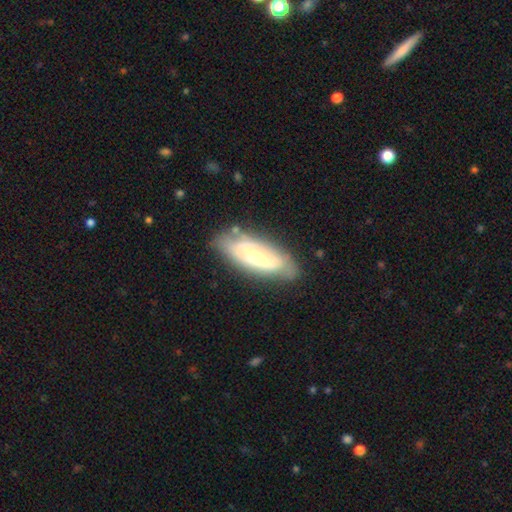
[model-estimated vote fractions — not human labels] smooth_or_featured: featured or disk (p=0.51) [alt: smooth p=0.43]
disk_edge_on: no (p=0.75) [alt: yes p=0.25]
merging: none (p=0.70) [alt: minor disturbance p=0.20]